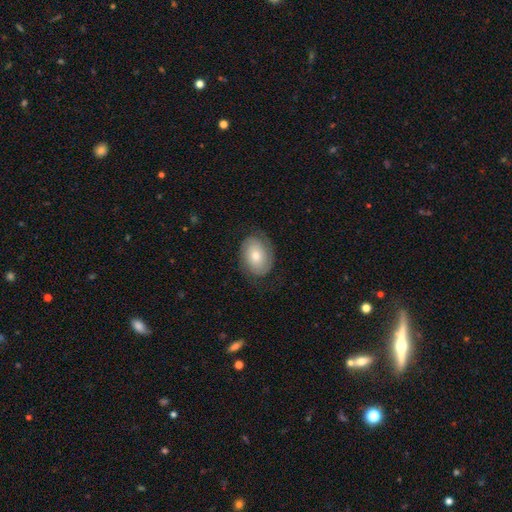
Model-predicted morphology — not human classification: A featured or disk galaxy (53%) with no bar (80%), spiral arms (82%) and a moderate central bulge (60%). Merging: none (75%).